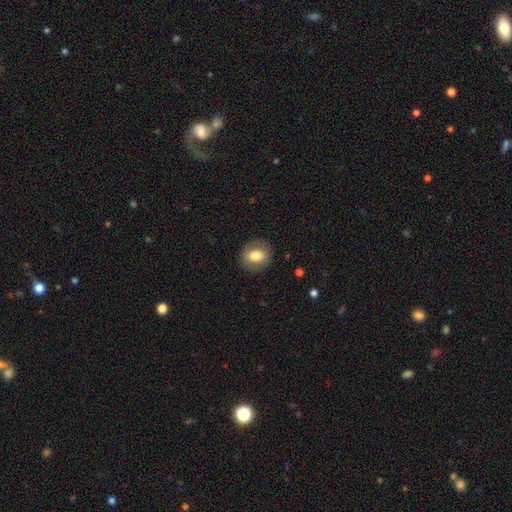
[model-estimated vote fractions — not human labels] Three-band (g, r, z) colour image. It shows a smooth galaxy with no disk features (72%) that is round (60%). Merging: none (85%).